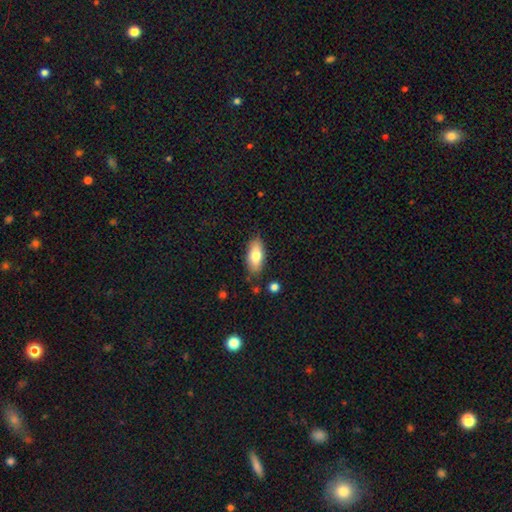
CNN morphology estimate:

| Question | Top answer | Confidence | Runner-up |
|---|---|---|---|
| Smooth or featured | smooth | 77% | featured or disk (16%) |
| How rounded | in between | 86% | cigar-shaped (11%) |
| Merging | none | 83% | minor disturbance (12%) |